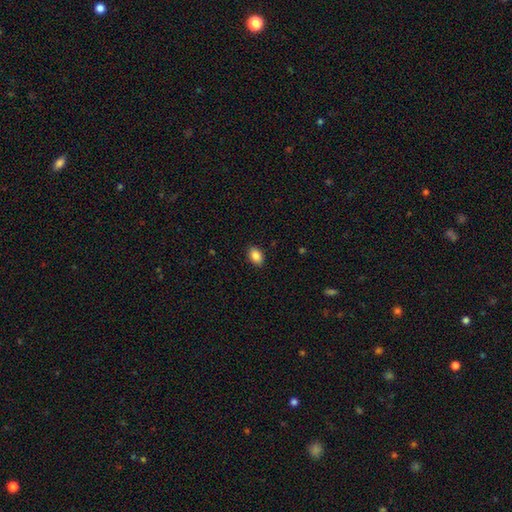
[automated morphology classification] Smooth or featured: smooth — 88% (star or artifact — 8%)
How rounded: in between — 86% (round — 13%)
Merging: none — 89% (minor disturbance — 8%)